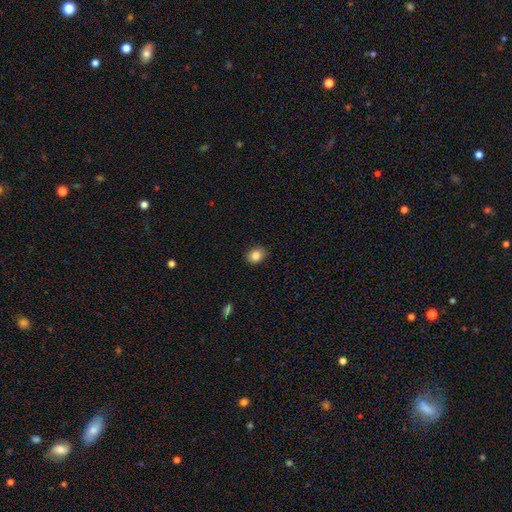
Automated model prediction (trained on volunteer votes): Smooth or featured?
  - smooth: 84% *
  - star or artifact: 9%
  - featured or disk: 7%
How rounded?
  - in between: 52% *
  - round: 47%
  - cigar-shaped: 1%
Merging?
  - none: 88% *
  - minor disturbance: 9%
  - major disturbance: 2%
  - merger: 1%